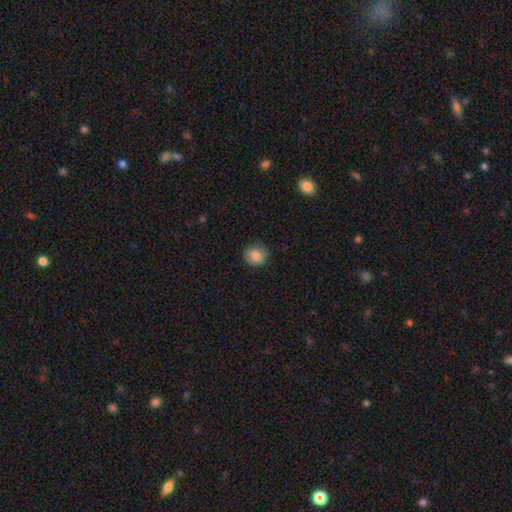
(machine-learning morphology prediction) This appears to be a smooth galaxy with no disk features (85%) that is round (85%). Merging: none (85%).